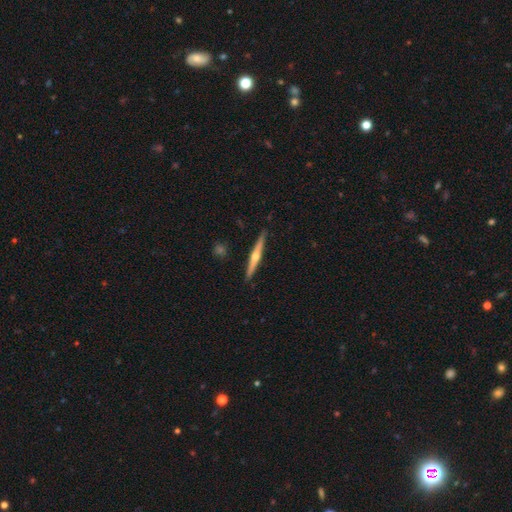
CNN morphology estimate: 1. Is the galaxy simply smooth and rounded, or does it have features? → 74% featured or disk, 20% smooth, 5% star or artifact.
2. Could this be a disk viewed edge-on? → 98% yes, 2% no.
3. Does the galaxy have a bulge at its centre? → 92% rounded, 6% none, 3% boxy.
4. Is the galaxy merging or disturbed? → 90% none, 7% minor disturbance, 1% major disturbance, 1% merger.